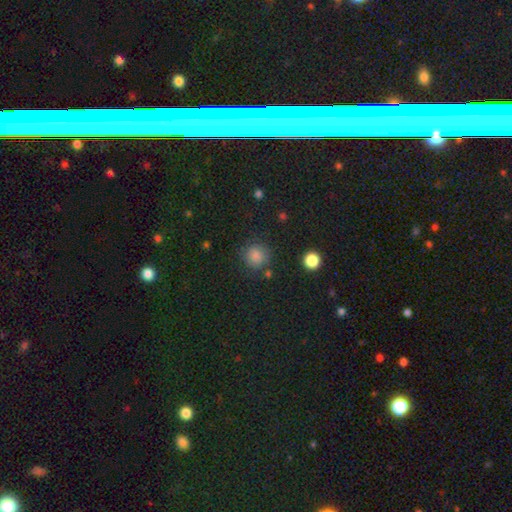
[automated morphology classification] Smooth or featured? Predicted: smooth (p=0.79). How rounded? Predicted: round (p=0.91). Merging? Predicted: none (p=0.83).